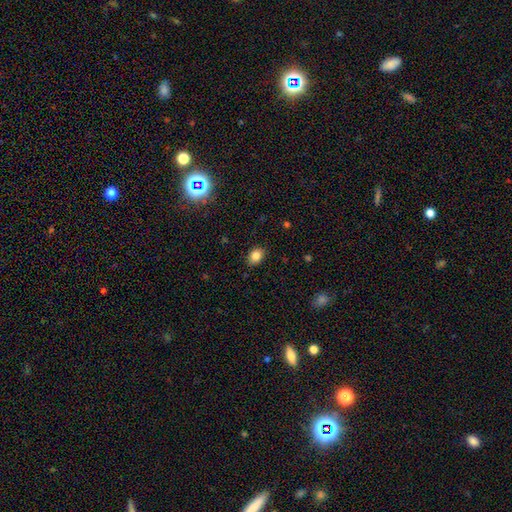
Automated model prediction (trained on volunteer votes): A smooth galaxy with no disk features (84%) that is in between round and cigar-shaped (69%). Merging: none (86%).